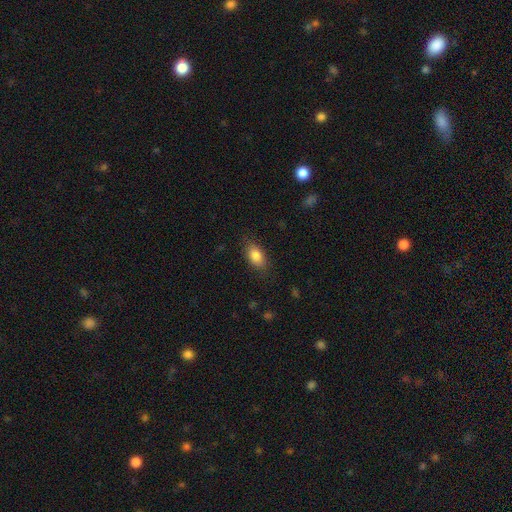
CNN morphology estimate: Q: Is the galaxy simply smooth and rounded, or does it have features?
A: smooth — 84%.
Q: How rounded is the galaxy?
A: in between — 87%.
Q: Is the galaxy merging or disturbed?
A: none — 83%.